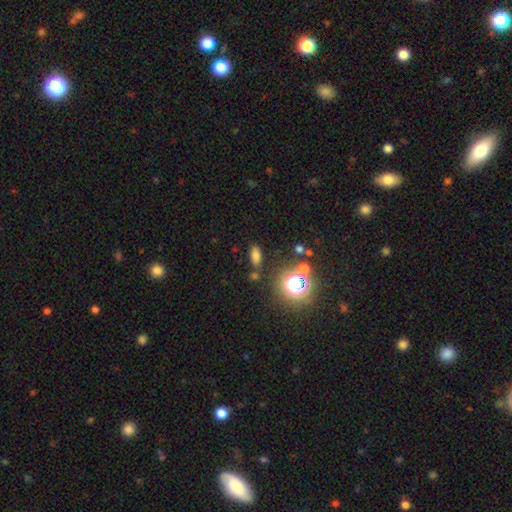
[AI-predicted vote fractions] This appears to be a smooth galaxy with no disk features (69%) that is in between round and cigar-shaped (80%). Merging: none (78%).